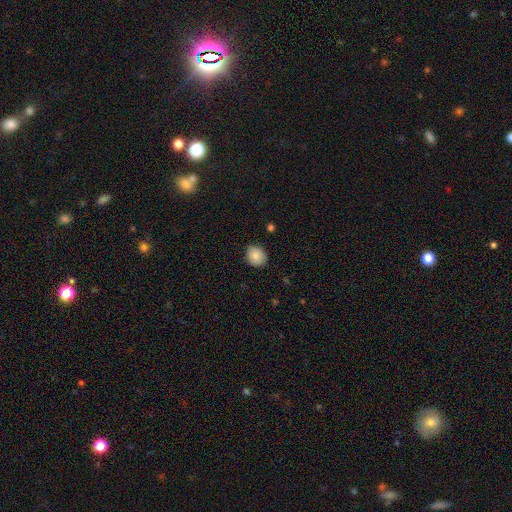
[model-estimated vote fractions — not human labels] This is clearly a smooth galaxy (87%). How rounded: likely round (74%). Merging: clearly none (83%).